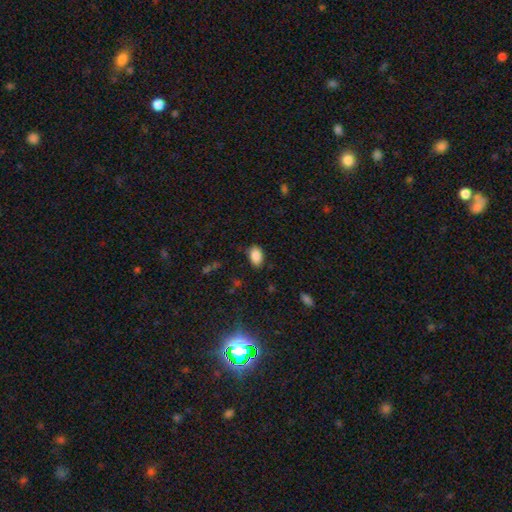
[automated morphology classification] This is clearly a smooth galaxy (88%). How rounded: clearly in between (89%). Merging: likely none (78%).